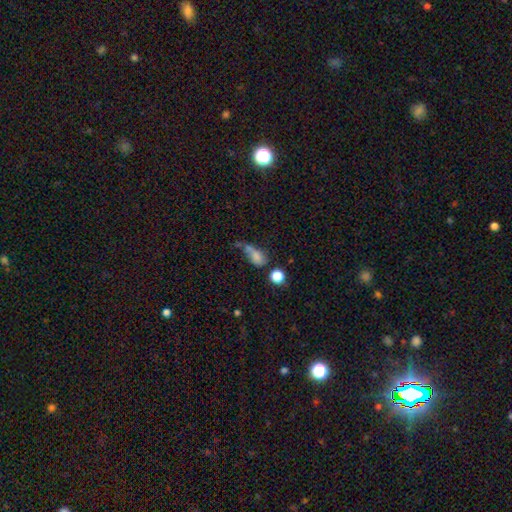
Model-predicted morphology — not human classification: A smooth galaxy with no disk features (66%) that is in between round and cigar-shaped (69%).

Vote fractions:
- Smooth or featured? smooth: 66% / featured or disk: 19% / star or artifact: 15%
- How rounded? in between: 69% / round: 20% / cigar-shaped: 11%
- Merging? major disturbance: 29% / none: 25% / merger: 24% / minor disturbance: 22%